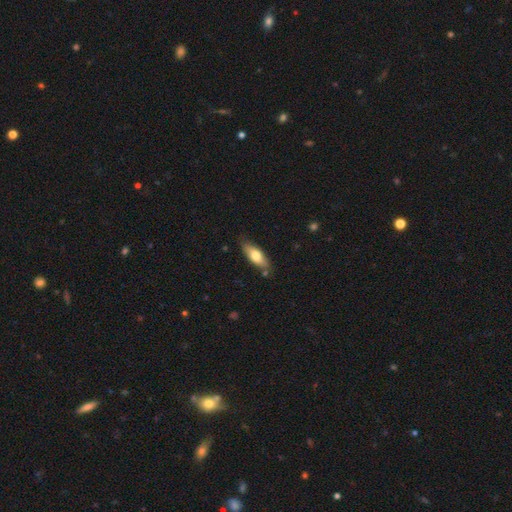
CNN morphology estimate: Smooth or featured: smooth — 69% (featured or disk — 25%)
How rounded: in between — 69% (cigar-shaped — 29%)
Merging: none — 77% (minor disturbance — 17%)